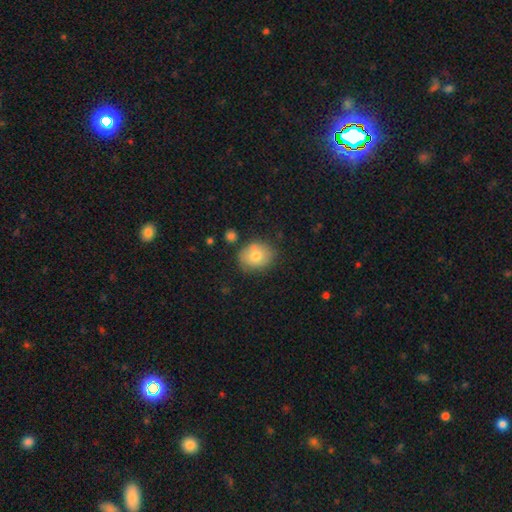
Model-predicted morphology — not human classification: Smooth or featured? Predicted: smooth (p=0.77). How rounded? Predicted: round (p=0.57). Merging? Predicted: none (p=0.75).